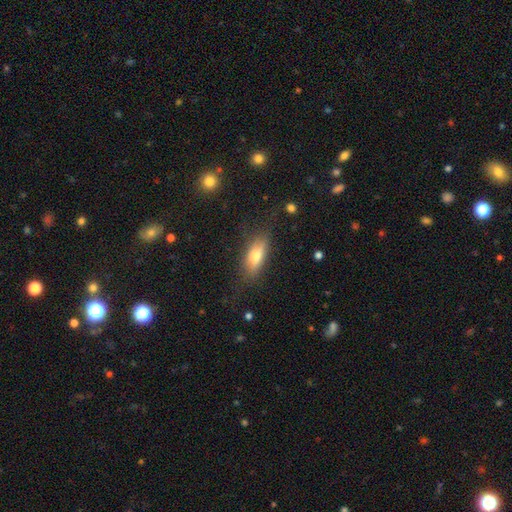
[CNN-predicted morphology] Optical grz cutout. It shows a smooth galaxy with no disk features (71%) that is in between round and cigar-shaped (72%). Merging: none (74%).